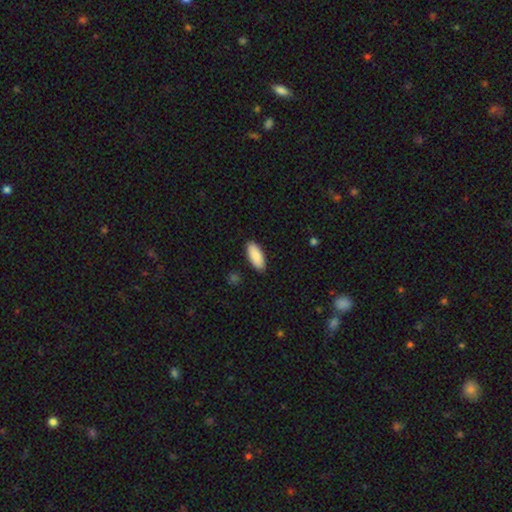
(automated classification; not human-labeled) smooth 89%, star or artifact 6%, featured or disk 5%. Down the decision tree: how rounded — in between (85%); merging — none (89%).